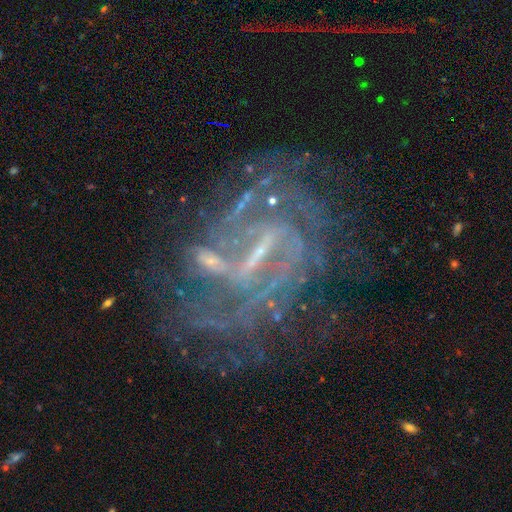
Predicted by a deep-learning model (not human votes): Smooth or featured?
  - featured or disk: 79% *
  - star or artifact: 14%
  - smooth: 7%
Edge-on disk?
  - no: 95% *
  - yes: 5%
Bar?
  - strong: 49% *
  - weak: 36%
  - no: 15%
Spiral arms?
  - yes: 84% *
  - no: 16%
Spiral winding?
  - tight: 48% *
  - medium: 36%
  - loose: 16%
Spiral arm count?
  - can't tell: 43% *
  - 2: 20%
  - 3: 12%
  - 4: 10%
  - more than 4: 8%
  - 1: 7%
Bulge size?
  - small: 42% *
  - none: 41%
  - moderate: 14%
  - large: 2%
  - dominant: 1%
Merging?
  - none: 60% *
  - major disturbance: 18%
  - minor disturbance: 16%
  - merger: 5%